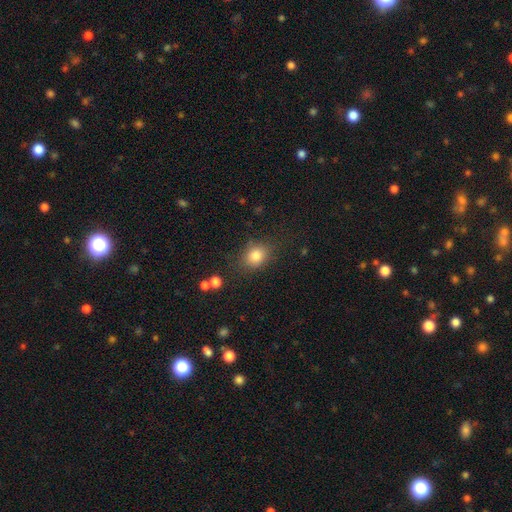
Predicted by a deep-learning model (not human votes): Smooth or featured? smooth (82%)
How rounded? round (50%)
Merging? none (76%)